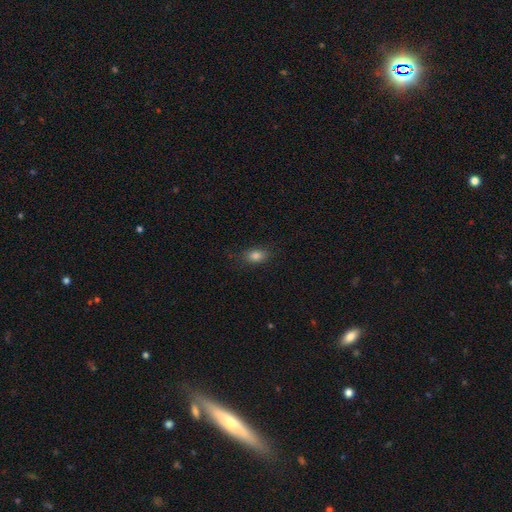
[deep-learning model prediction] This is clearly a smooth galaxy (83%). How rounded: likely in between (80%). Merging: clearly none (82%).